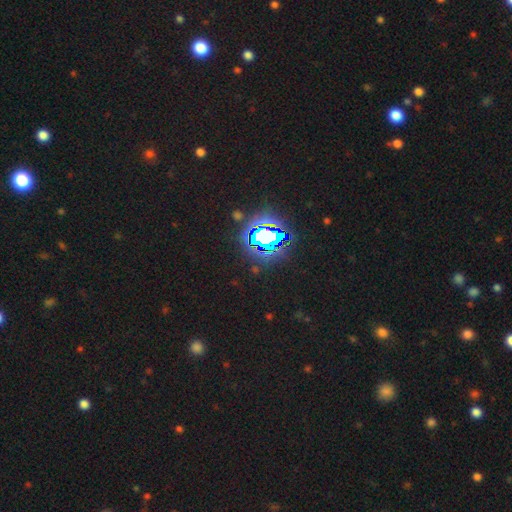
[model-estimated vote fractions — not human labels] Smooth or featured? star or artifact (83%)